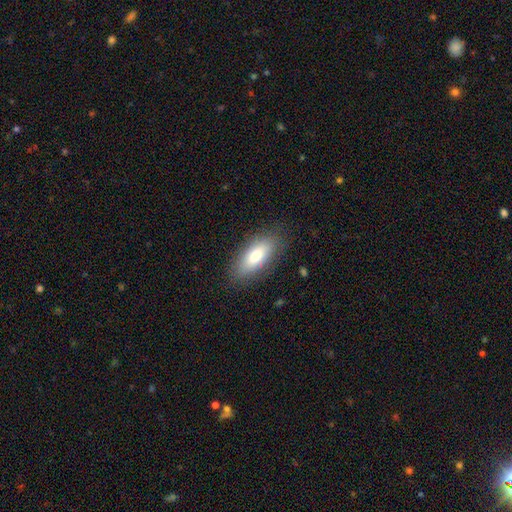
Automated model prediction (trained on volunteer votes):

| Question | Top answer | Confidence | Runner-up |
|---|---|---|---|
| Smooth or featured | smooth | 76% | featured or disk (17%) |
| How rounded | in between | 78% | cigar-shaped (19%) |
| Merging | none | 84% | minor disturbance (11%) |